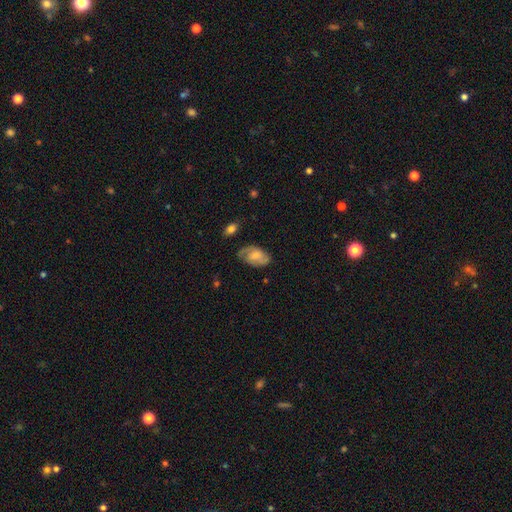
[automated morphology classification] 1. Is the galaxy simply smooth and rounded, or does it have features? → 52% featured or disk, 40% smooth, 7% star or artifact.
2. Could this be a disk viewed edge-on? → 95% no, 5% yes.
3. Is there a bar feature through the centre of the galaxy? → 51% no, 40% weak, 8% strong.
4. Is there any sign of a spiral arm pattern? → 85% yes, 15% no.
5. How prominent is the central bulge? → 33% small, 31% moderate, 24% none, 10% large, 2% dominant.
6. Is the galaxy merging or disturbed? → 68% none, 22% minor disturbance, 8% major disturbance, 2% merger.